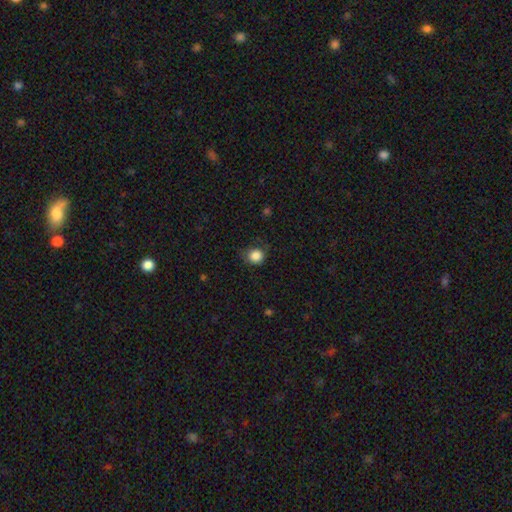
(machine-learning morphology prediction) smooth_or_featured: smooth (p=0.85) [alt: star or artifact p=0.10]
how_rounded: round (p=0.84) [alt: in between p=0.15]
merging: none (p=0.73) [alt: minor disturbance p=0.21]